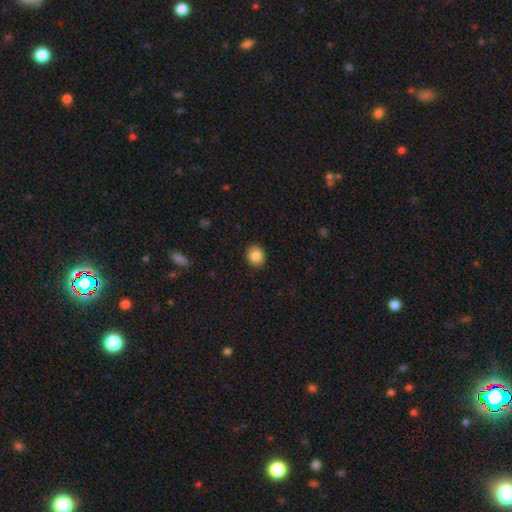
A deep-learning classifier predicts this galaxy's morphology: Smooth or featured? smooth (86%)
How rounded? round (69%)
Merging? none (90%)